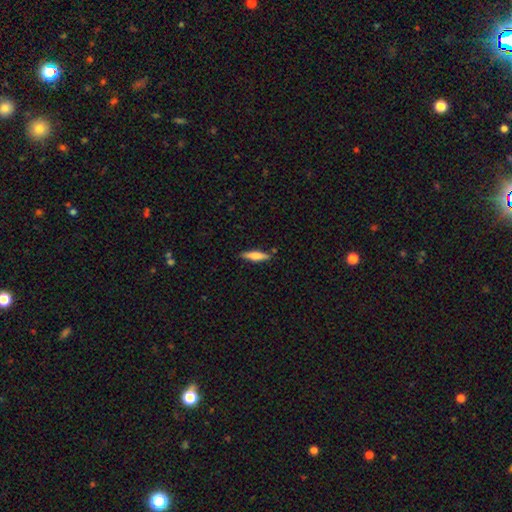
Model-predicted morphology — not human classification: type=smooth (61%); roundness=cigar-shaped (75%); merging=none (83%).